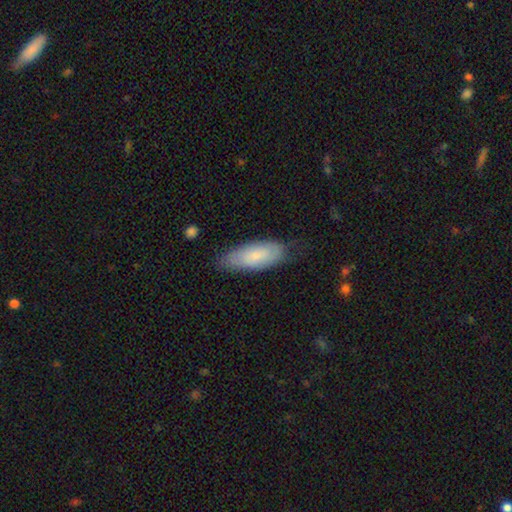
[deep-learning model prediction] smooth_or_featured: smooth (p=0.73) [alt: featured or disk p=0.21]
how_rounded: in between (p=0.75) [alt: cigar-shaped p=0.23]
merging: none (p=0.70) [alt: minor disturbance p=0.24]